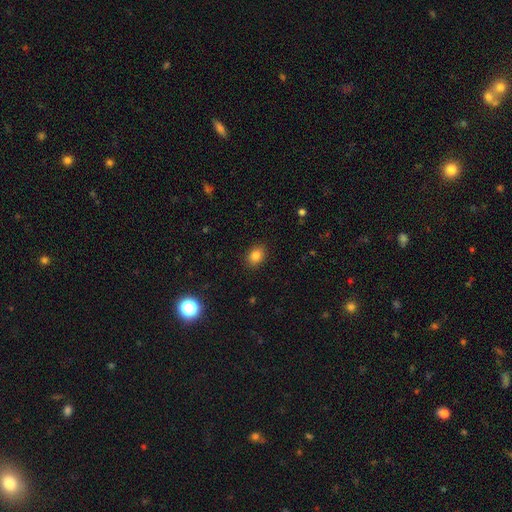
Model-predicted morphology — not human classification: type=smooth (84%); roundness=in between (59%); merging=none (89%).